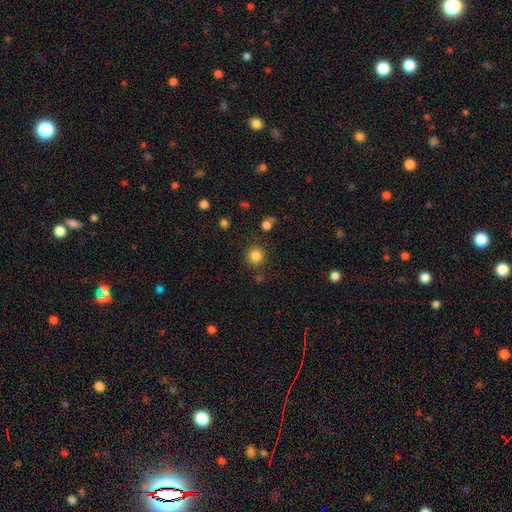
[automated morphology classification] Q: Smooth or featured?
A: smooth (83%); runner-up: star or artifact (12%)
Q: How rounded?
A: round (92%); runner-up: in between (7%)
Q: Merging?
A: none (84%); runner-up: minor disturbance (8%)